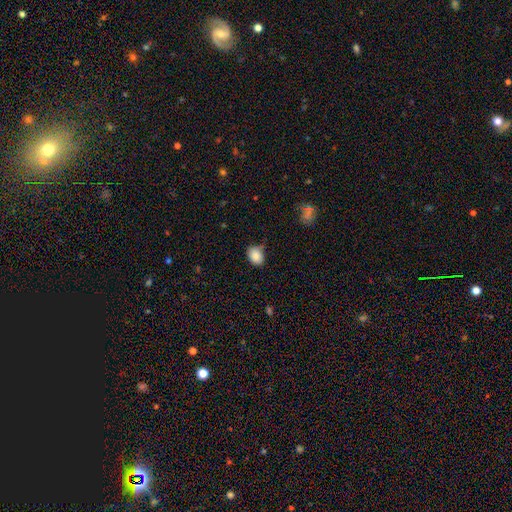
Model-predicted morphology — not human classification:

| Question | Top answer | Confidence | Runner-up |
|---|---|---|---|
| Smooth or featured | smooth | 87% | star or artifact (9%) |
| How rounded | in between | 61% | round (38%) |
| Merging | none | 67% | minor disturbance (26%) |